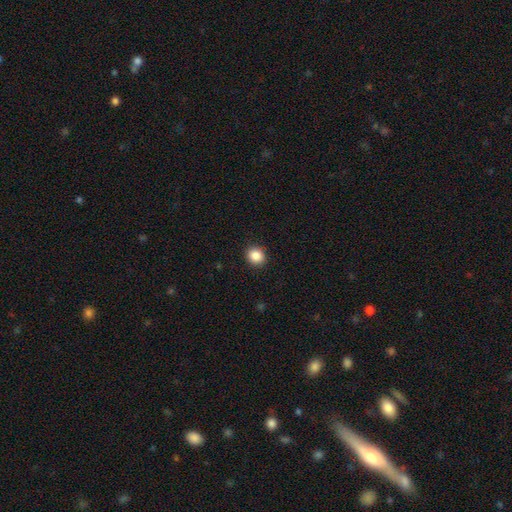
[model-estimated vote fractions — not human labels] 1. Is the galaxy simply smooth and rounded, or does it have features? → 87% smooth, 9% star or artifact, 4% featured or disk.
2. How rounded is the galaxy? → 84% round, 15% in between, 1% cigar-shaped.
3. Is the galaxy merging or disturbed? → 92% none, 5% minor disturbance, 2% major disturbance, 1% merger.